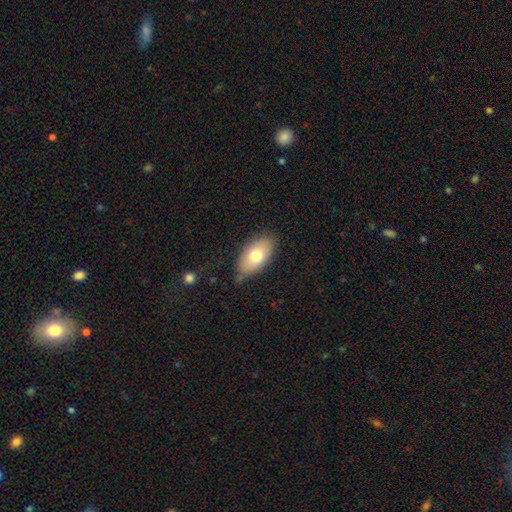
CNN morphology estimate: Smooth or featured: smooth — 72% (featured or disk — 21%)
How rounded: in between — 91% (round — 6%)
Merging: none — 73% (minor disturbance — 20%)